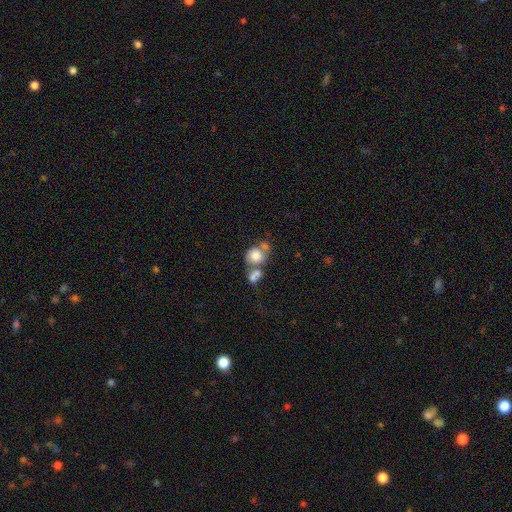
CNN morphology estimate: Smooth or featured: smooth — 71% (featured or disk — 21%)
How rounded: round — 69% (in between — 30%)
Merging: merger — 55% (none — 25%)